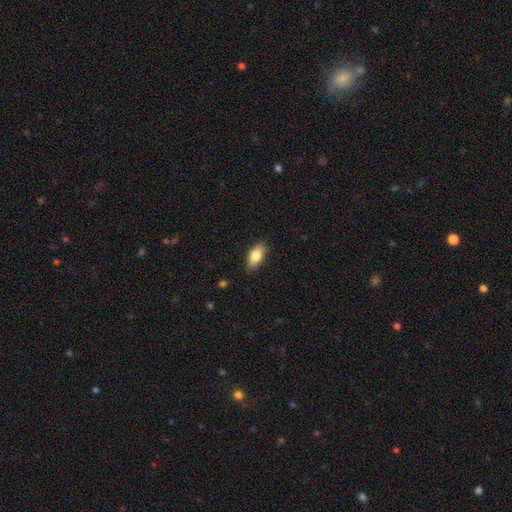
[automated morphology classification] type=smooth (82%); roundness=in between (90%); merging=none (82%).